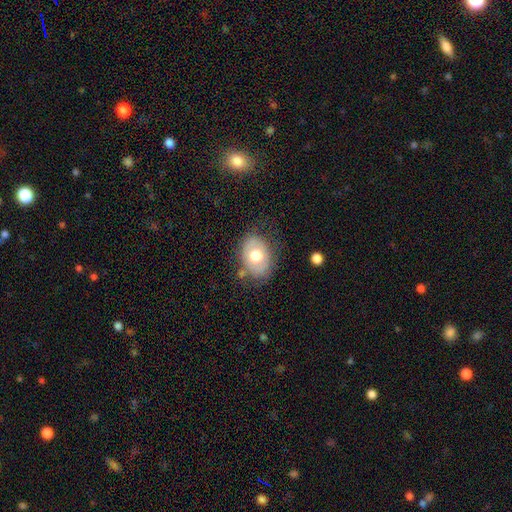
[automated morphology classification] type=smooth (60%); roundness=in between (72%); merging=none (72%).